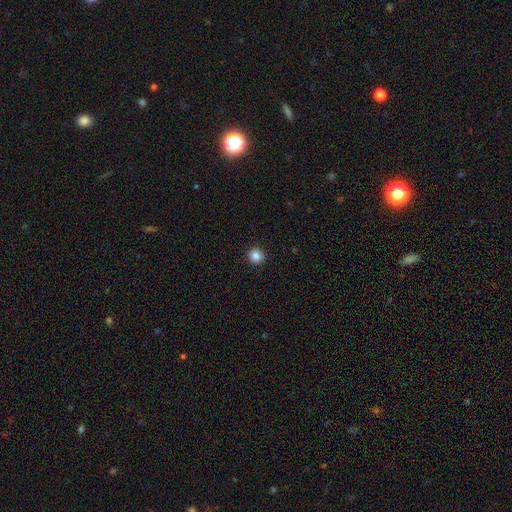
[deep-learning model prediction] Smooth or featured: smooth — 86% (star or artifact — 10%)
How rounded: round — 93% (in between — 6%)
Merging: none — 93% (minor disturbance — 5%)